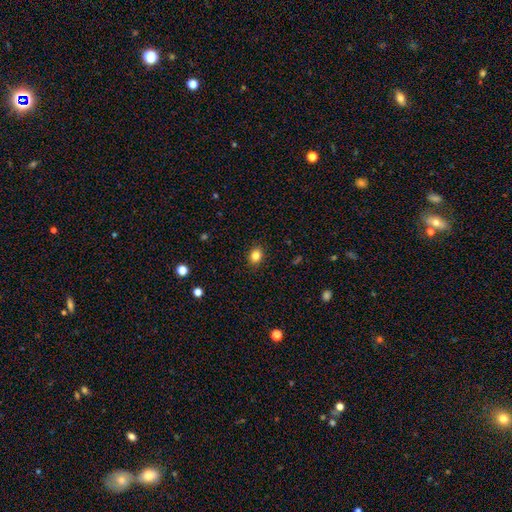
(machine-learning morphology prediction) Smooth or featured? smooth (83%)
How rounded? round (54%)
Merging? none (90%)